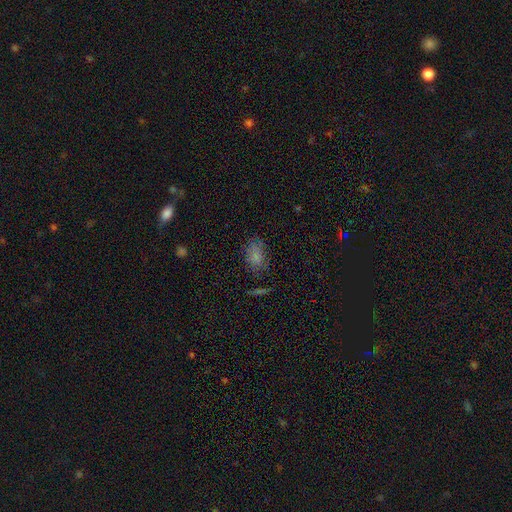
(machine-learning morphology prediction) Smooth or featured?
  - smooth: 75% *
  - star or artifact: 15%
  - featured or disk: 9%
How rounded?
  - in between: 86% *
  - round: 11%
  - cigar-shaped: 3%
Merging?
  - none: 70% *
  - minor disturbance: 20%
  - major disturbance: 6%
  - merger: 3%